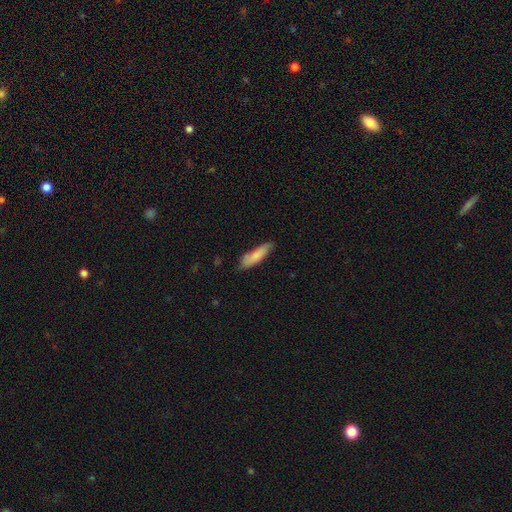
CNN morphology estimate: This appears to be a smooth galaxy with no disk features (81%) that is cigar-shaped (68%). Merging: none (73%).